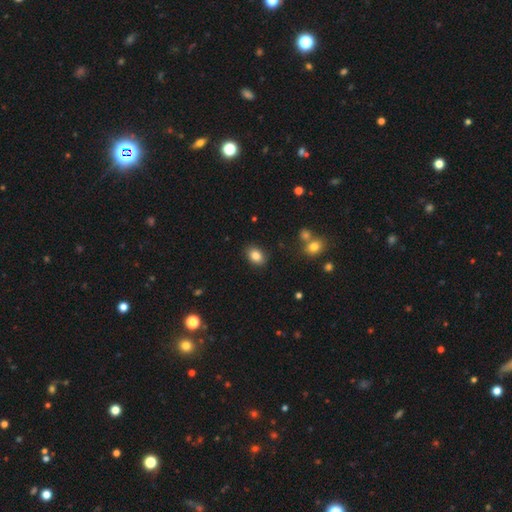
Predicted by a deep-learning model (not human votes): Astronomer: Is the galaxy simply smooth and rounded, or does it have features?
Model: smooth — 85%.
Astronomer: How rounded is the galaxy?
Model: in between — 76%.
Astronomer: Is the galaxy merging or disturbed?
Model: none — 87%.